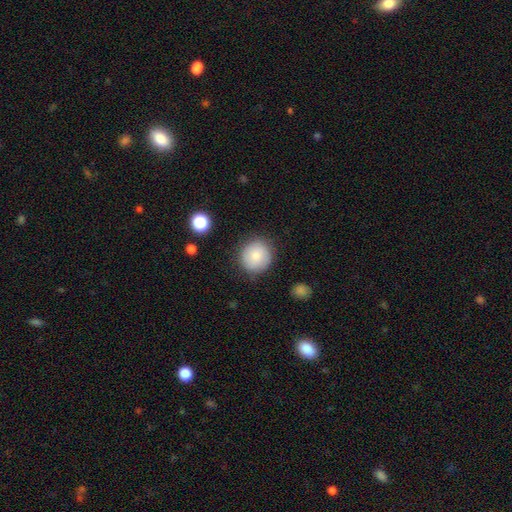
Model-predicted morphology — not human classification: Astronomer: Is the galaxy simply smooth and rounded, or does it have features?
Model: smooth — 82%.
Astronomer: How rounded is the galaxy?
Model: round — 91%.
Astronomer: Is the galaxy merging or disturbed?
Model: none — 84%.